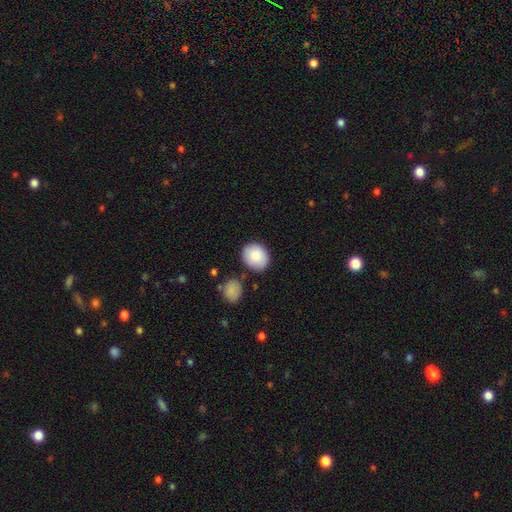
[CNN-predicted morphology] This is clearly a smooth galaxy (87%). How rounded: likely round (66%). Merging: likely none (79%).